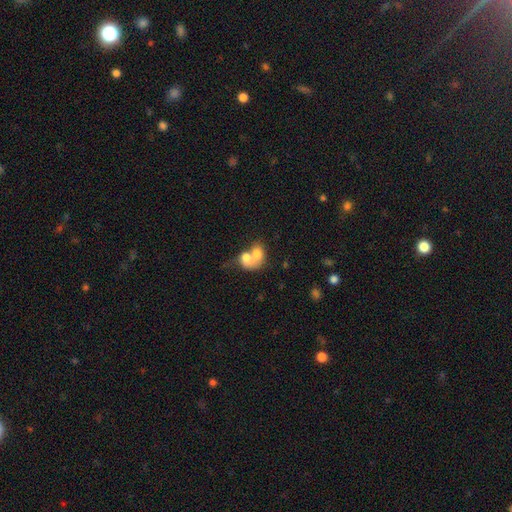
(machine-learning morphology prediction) Q: Smooth or featured?
A: smooth (66%); runner-up: featured or disk (26%)
Q: How rounded?
A: in between (56%); runner-up: round (43%)
Q: Merging?
A: merger (79%); runner-up: none (11%)